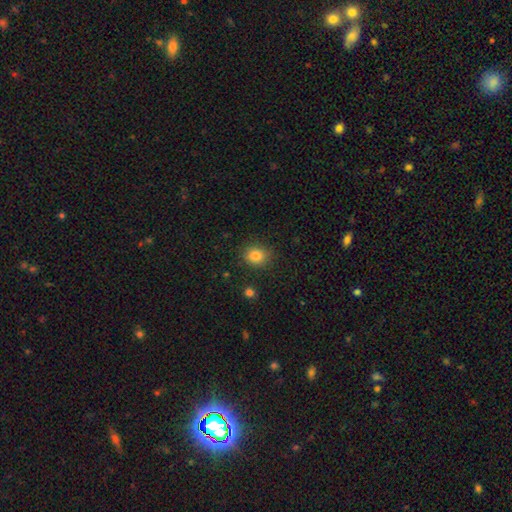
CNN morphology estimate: smooth_or_featured: smooth (p=0.82) [alt: star or artifact p=0.12]
how_rounded: round (p=0.73) [alt: in between p=0.26]
merging: none (p=0.86) [alt: minor disturbance p=0.10]